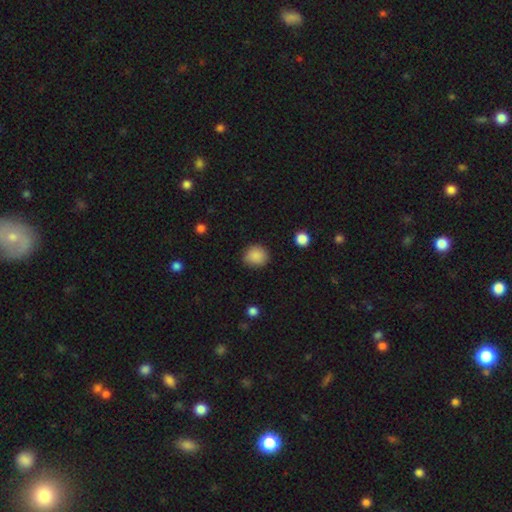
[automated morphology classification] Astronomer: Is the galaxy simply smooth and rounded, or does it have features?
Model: smooth — 87%.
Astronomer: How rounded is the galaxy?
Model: round — 78%.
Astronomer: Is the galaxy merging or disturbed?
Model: none — 83%.